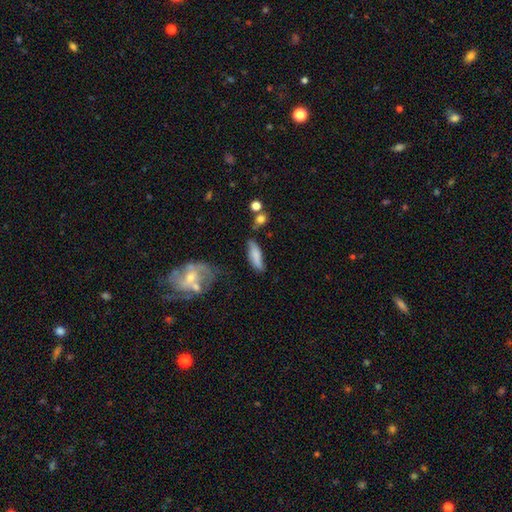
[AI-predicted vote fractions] Q: Smooth or featured?
A: smooth (65%); runner-up: featured or disk (27%)
Q: How rounded?
A: in between (49%); runner-up: cigar-shaped (48%)
Q: Merging?
A: none (58%); runner-up: minor disturbance (26%)